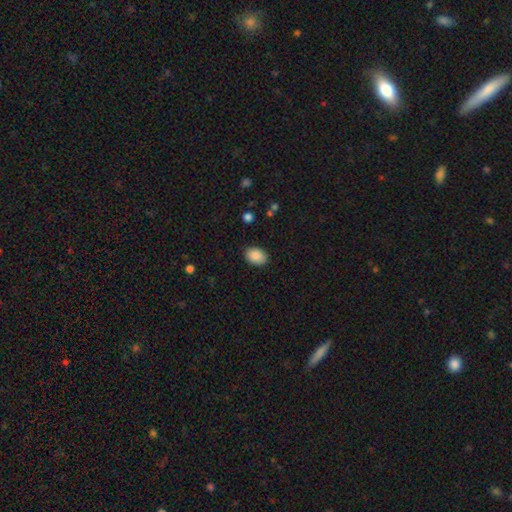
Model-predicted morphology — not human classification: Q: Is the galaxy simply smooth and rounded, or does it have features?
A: smooth — 89%.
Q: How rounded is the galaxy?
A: in between — 81%.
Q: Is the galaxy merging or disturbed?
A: none — 88%.